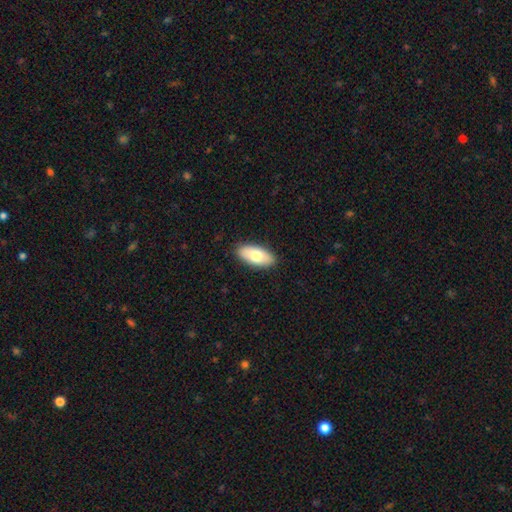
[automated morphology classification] Smooth or featured? smooth (74%)
How rounded? in between (90%)
Merging? none (89%)